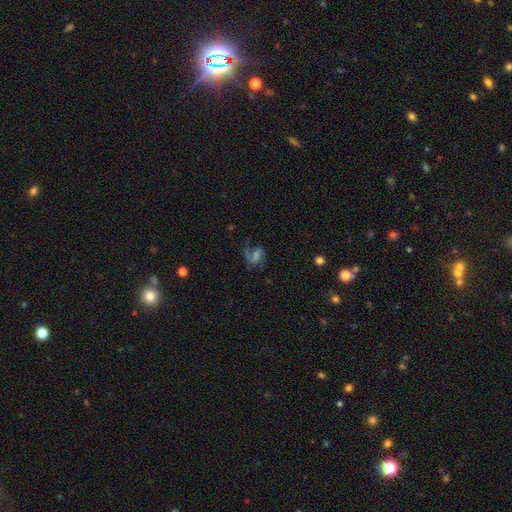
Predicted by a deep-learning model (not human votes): Smooth or featured?
  - featured or disk: 67% *
  - smooth: 19%
  - star or artifact: 14%
Edge-on disk?
  - no: 97% *
  - yes: 3%
Bar?
  - weak: 46% *
  - no: 36%
  - strong: 18%
Spiral arms?
  - yes: 90% *
  - no: 10%
Spiral winding?
  - medium: 45% *
  - loose: 42%
  - tight: 14%
Spiral arm count?
  - 2: 56% *
  - 1: 31%
  - can't tell: 7%
  - 3: 3%
  - 4: 1%
  - more than 4: 1%
Bulge size?
  - small: 33% *
  - moderate: 31%
  - none: 24%
  - large: 10%
  - dominant: 2%
Merging?
  - none: 53% *
  - major disturbance: 27%
  - minor disturbance: 17%
  - merger: 3%